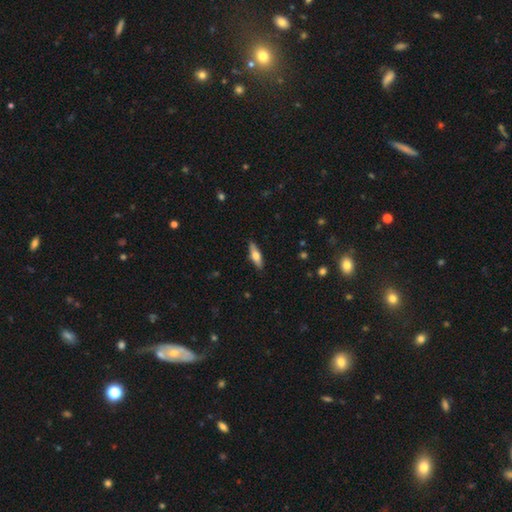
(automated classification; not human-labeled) Smooth or featured? smooth (58%)
How rounded? cigar-shaped (53%)
Merging? none (89%)